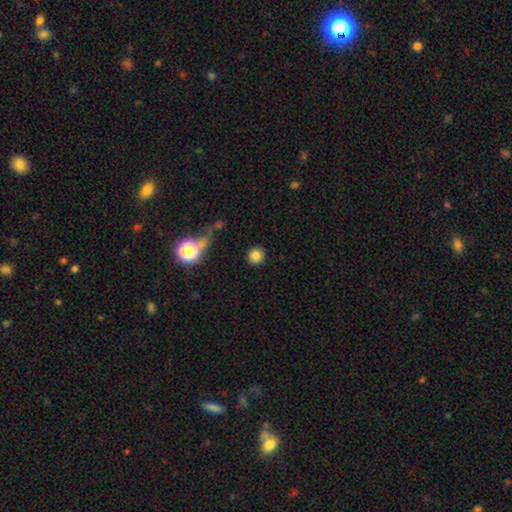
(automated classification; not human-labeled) This is clearly a smooth galaxy (82%). How rounded: clearly round (91%). Merging: clearly none (88%).